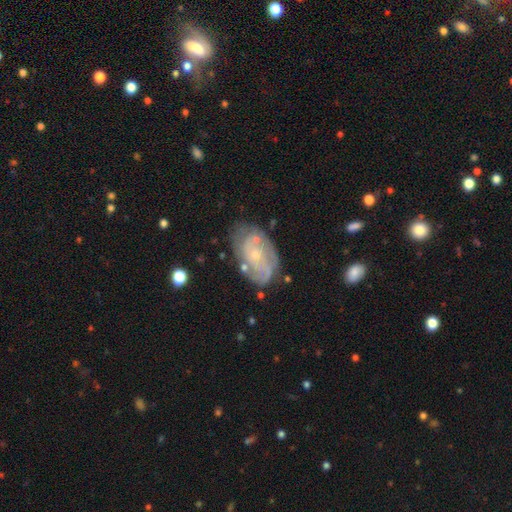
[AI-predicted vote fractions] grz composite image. It shows a featured or disk galaxy (74%) with no bar (76%), tight (56%) spiral arms (81%) and a small central bulge (76%). Merging: none (67%).